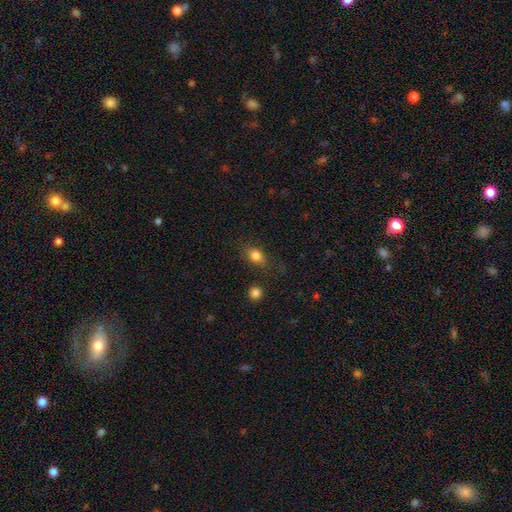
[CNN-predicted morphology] Overall: smooth (82%). How rounded: in between (64%; round 33%). Merging: none (74%).